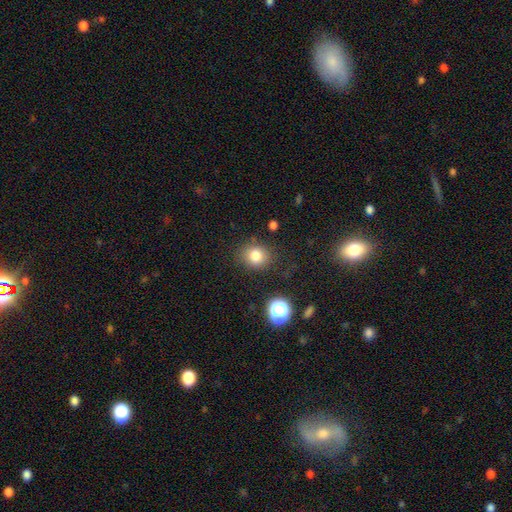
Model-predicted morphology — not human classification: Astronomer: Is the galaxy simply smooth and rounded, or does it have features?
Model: smooth — 81%.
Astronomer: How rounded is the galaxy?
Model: round — 66%.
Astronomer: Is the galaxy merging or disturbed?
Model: none — 82%.